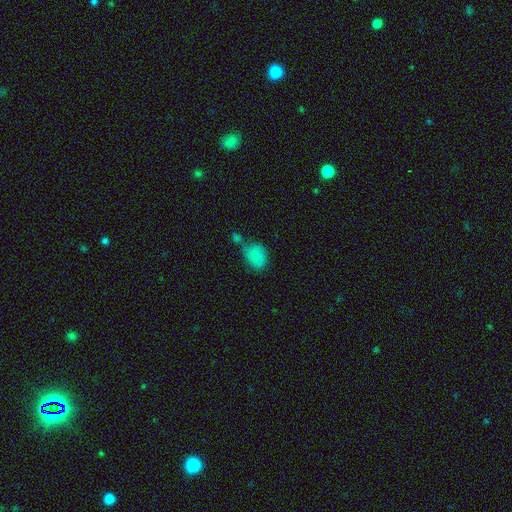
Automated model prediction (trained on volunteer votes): Overall: smooth (80%). How rounded: in between (68%; round 30%). Merging: merger (35%; none 33%).